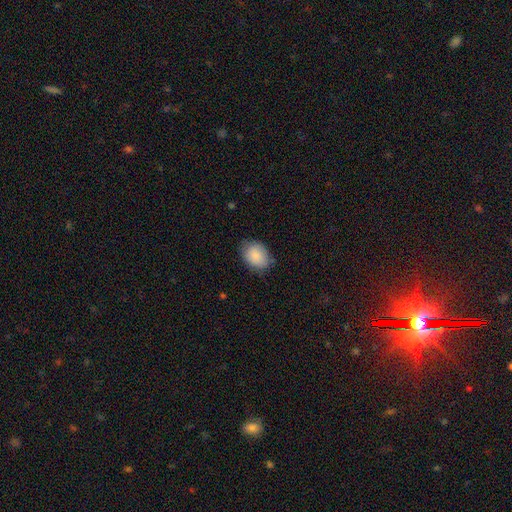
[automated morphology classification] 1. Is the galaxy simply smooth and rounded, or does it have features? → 87% smooth, 7% star or artifact, 6% featured or disk.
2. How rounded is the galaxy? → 71% in between, 28% round, 1% cigar-shaped.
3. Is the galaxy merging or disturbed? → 73% none, 22% minor disturbance, 4% major disturbance, 1% merger.